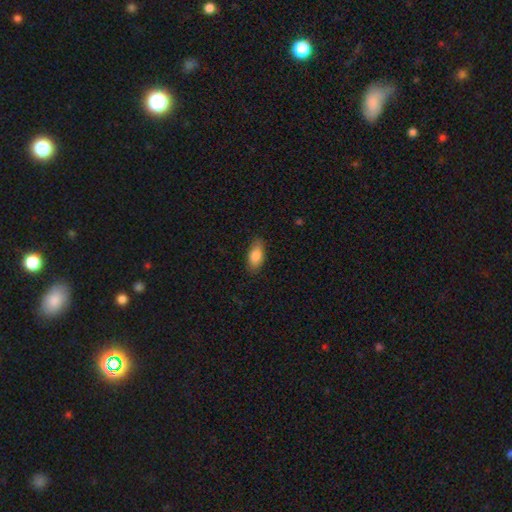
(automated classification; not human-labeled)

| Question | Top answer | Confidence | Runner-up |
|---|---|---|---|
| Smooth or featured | smooth | 85% | featured or disk (8%) |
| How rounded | in between | 90% | cigar-shaped (7%) |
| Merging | none | 83% | minor disturbance (13%) |